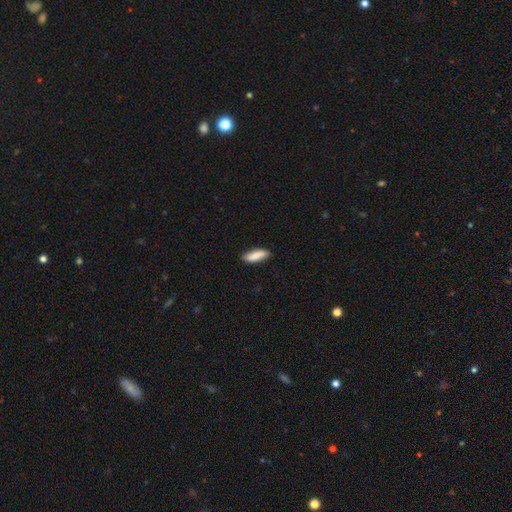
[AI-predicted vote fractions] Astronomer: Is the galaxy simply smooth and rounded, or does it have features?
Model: smooth — 85%.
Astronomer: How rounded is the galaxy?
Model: in between — 59% (runner-up: cigar-shaped, 39%).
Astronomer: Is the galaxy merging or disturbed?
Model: none — 84%.